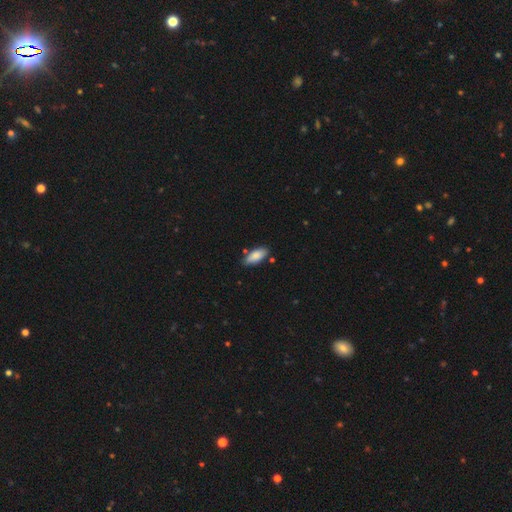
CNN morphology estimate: Overall: smooth (84%). How rounded: in between (82%). Merging: none (80%).